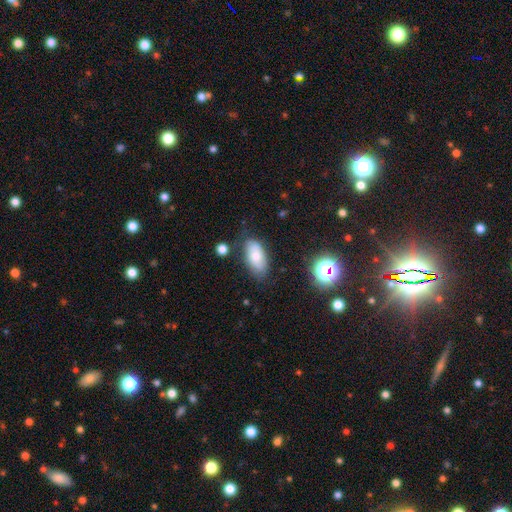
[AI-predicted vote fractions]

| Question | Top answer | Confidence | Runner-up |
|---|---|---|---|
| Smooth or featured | smooth | 68% | featured or disk (23%) |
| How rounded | in between | 92% | cigar-shaped (5%) |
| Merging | none | 71% | minor disturbance (20%) |